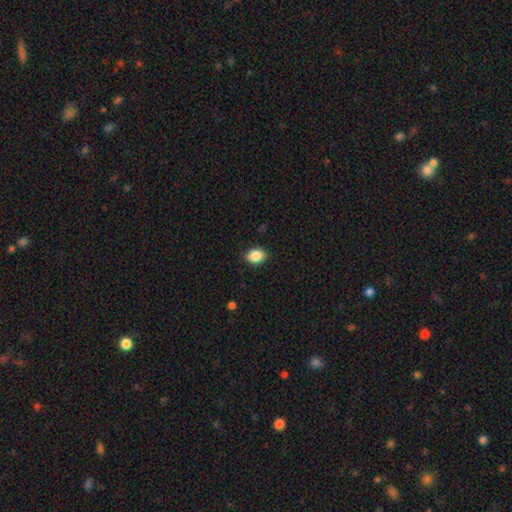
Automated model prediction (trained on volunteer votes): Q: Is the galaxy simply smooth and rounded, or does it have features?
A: smooth — 88%.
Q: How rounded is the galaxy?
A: in between — 75%.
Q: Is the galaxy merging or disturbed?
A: none — 88%.